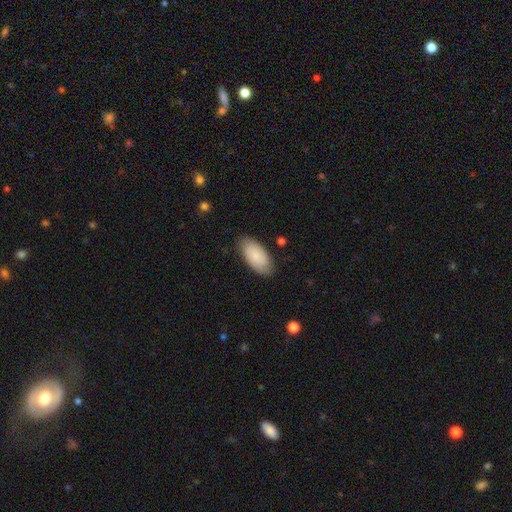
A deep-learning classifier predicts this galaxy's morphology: Smooth or featured?
  - smooth: 81% *
  - featured or disk: 13%
  - star or artifact: 6%
How rounded?
  - in between: 93% *
  - cigar-shaped: 5%
  - round: 2%
Merging?
  - none: 82% *
  - minor disturbance: 14%
  - major disturbance: 3%
  - merger: 1%